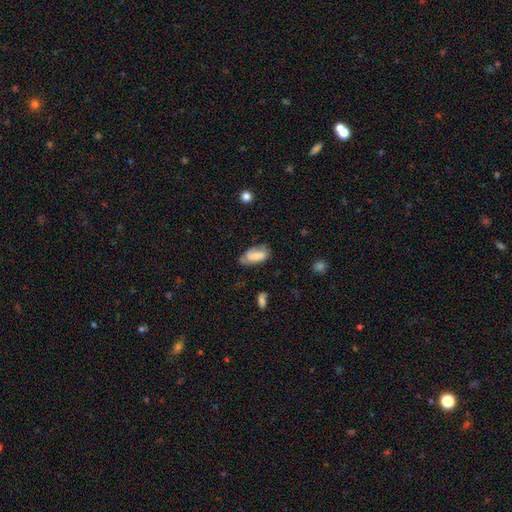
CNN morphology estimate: smooth_or_featured: smooth (p=0.63) [alt: featured or disk p=0.30]
how_rounded: in between (p=0.89) [alt: cigar-shaped p=0.08]
merging: none (p=0.54) [alt: minor disturbance p=0.31]